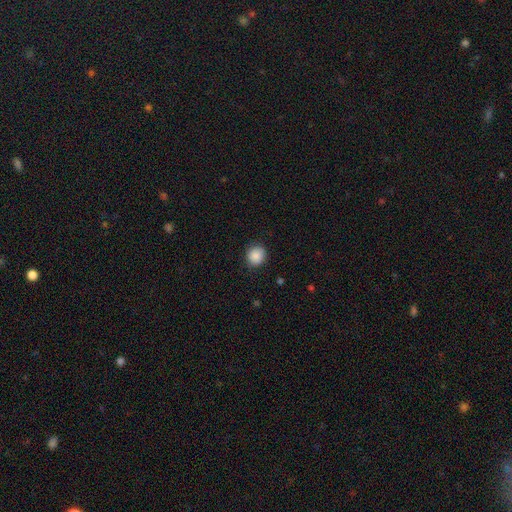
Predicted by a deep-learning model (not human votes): A smooth galaxy with no disk features (88%) that is round (86%).

Vote fractions:
- Smooth or featured? smooth: 88% / star or artifact: 8% / featured or disk: 3%
- How rounded? round: 86% / in between: 13% / cigar-shaped: 1%
- Merging? none: 86% / minor disturbance: 10% / major disturbance: 3% / merger: 1%